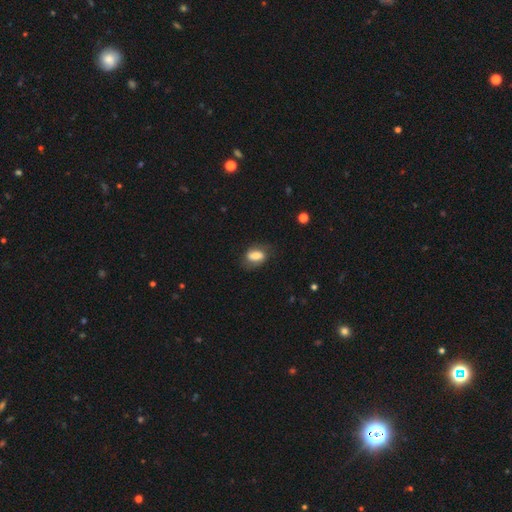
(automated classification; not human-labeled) This is likely a smooth galaxy (63%). How rounded: clearly in between (86%). Merging: likely none (67%).